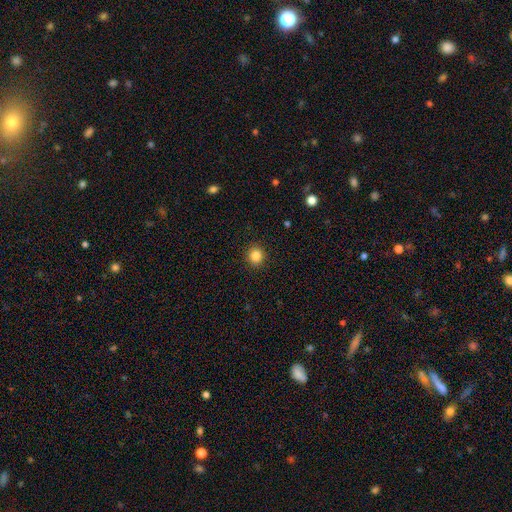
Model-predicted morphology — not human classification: smooth_or_featured: smooth (p=0.85) [alt: star or artifact p=0.11]
how_rounded: round (p=0.91) [alt: in between p=0.08]
merging: none (p=0.92) [alt: minor disturbance p=0.05]